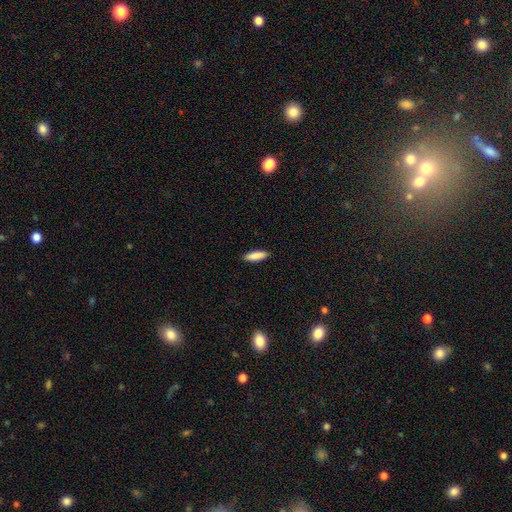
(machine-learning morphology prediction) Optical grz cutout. It shows a smooth galaxy with no disk features (88%) that is cigar-shaped (59%). Merging: none (90%).